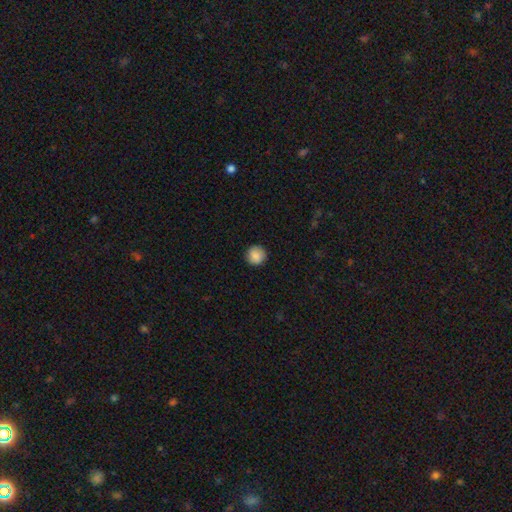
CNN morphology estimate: Smooth or featured: smooth — 87% (star or artifact — 8%)
How rounded: round — 94% (in between — 5%)
Merging: none — 89% (minor disturbance — 8%)